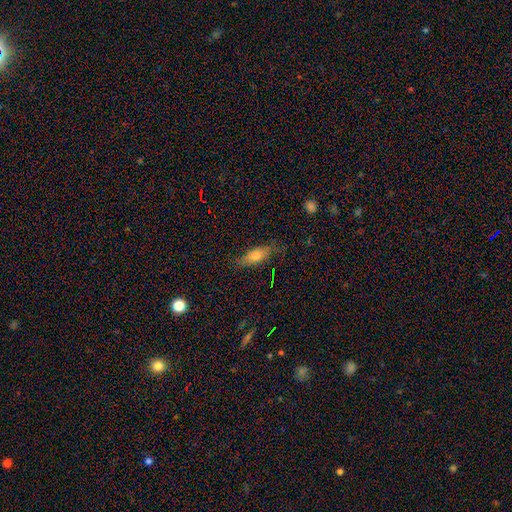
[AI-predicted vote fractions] This is likely a smooth galaxy (64%). How rounded: likely in between (60%). Merging: likely none (73%).